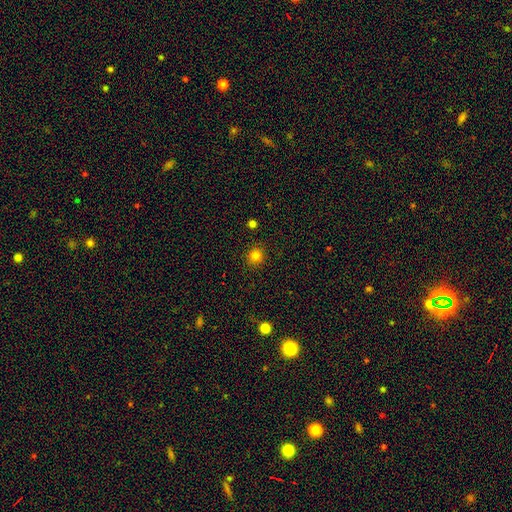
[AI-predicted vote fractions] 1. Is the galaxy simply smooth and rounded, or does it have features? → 81% smooth, 14% star or artifact, 5% featured or disk.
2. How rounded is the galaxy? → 89% round, 10% in between, 1% cigar-shaped.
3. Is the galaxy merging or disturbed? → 90% none, 6% minor disturbance, 2% major disturbance, 1% merger.